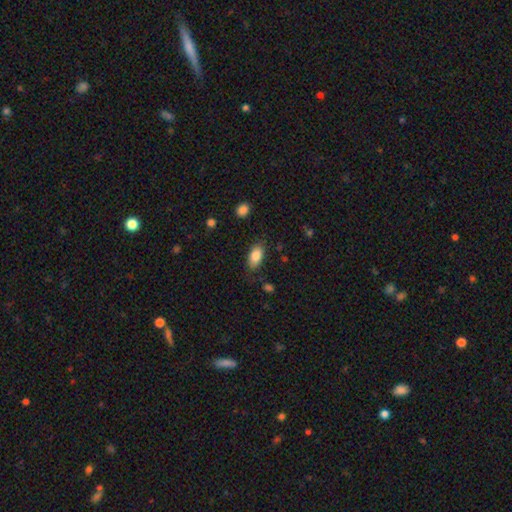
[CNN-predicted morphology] A smooth galaxy with no disk features (85%) that is in between round and cigar-shaped (91%). Merging: none (79%).